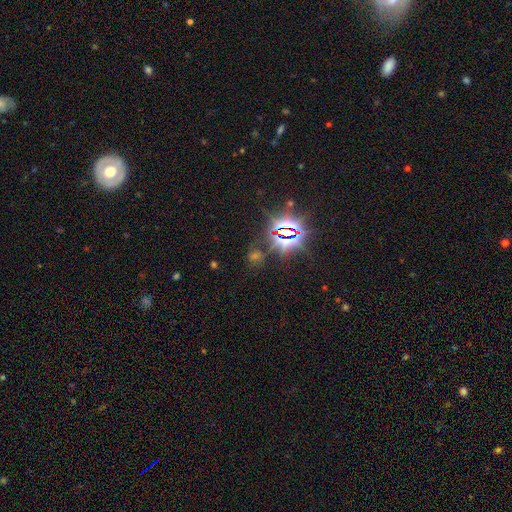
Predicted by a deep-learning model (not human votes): This is likely a star or artifact rather than a galaxy (75%).